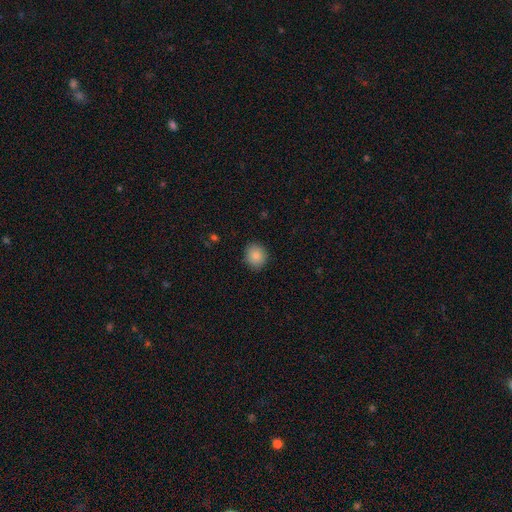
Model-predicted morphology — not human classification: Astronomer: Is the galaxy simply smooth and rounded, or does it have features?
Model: smooth — 86%.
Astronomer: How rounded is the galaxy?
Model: round — 77%.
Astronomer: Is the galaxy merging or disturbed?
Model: none — 89%.